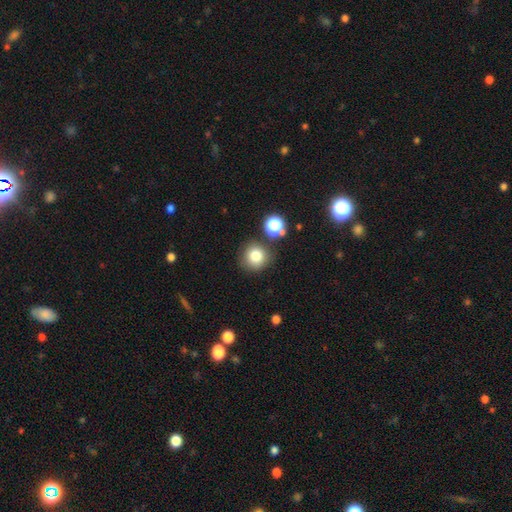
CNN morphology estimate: Smooth or featured? Predicted: smooth (p=0.81). How rounded? Predicted: round (p=0.91). Merging? Predicted: none (p=0.78).